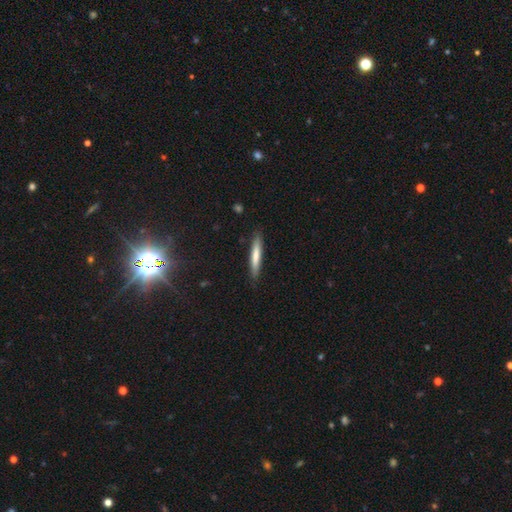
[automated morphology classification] The model was most divided on "smooth or featured": smooth: 71%, featured or disk: 24%, star or artifact: 6%. More confident: how rounded — cigar-shaped (93%); merging — none (88%).